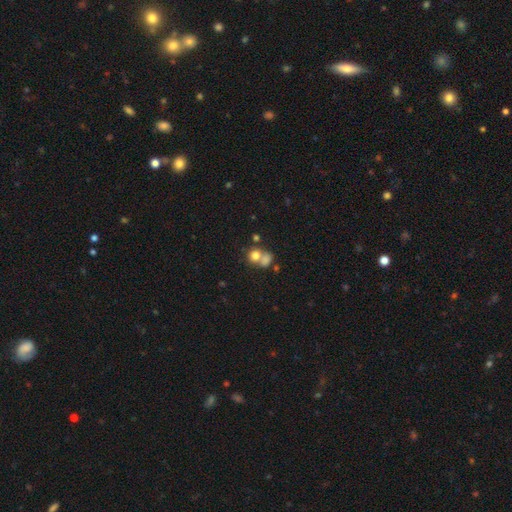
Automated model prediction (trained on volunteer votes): smooth_or_featured: smooth (p=0.75) [alt: featured or disk p=0.13]
how_rounded: round (p=0.76) [alt: in between p=0.23]
merging: merger (p=0.52) [alt: none p=0.35]